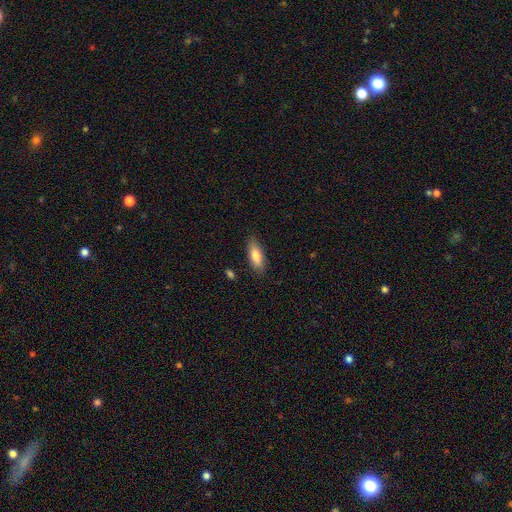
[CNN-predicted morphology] Smooth or featured?
  - smooth: 79% *
  - featured or disk: 14%
  - star or artifact: 6%
How rounded?
  - in between: 67% *
  - cigar-shaped: 31%
  - round: 2%
Merging?
  - none: 83% *
  - minor disturbance: 12%
  - major disturbance: 2%
  - merger: 2%